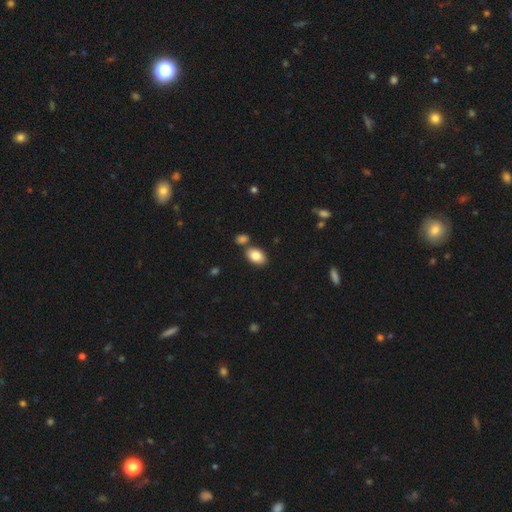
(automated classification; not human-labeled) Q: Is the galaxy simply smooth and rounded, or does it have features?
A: smooth — 83%.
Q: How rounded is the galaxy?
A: in between — 88%.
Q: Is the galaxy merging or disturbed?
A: none — 73%.